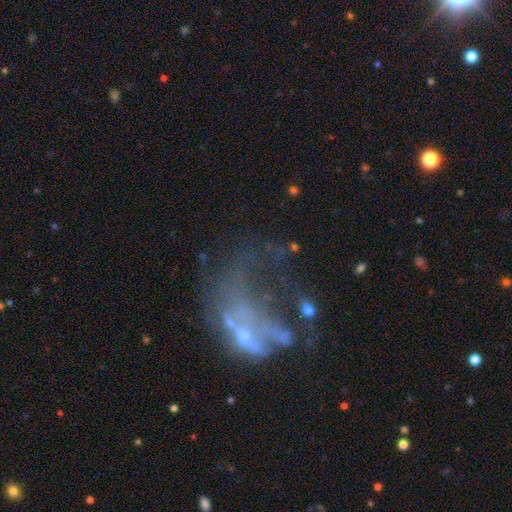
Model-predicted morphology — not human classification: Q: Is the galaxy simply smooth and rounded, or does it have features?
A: featured or disk — 57%.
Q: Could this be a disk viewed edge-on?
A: no — 95%.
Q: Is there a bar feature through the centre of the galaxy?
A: no — 83%.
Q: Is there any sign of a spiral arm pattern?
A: no — 83%.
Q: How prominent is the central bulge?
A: none — 47%.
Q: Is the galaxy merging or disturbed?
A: major disturbance — 54%.